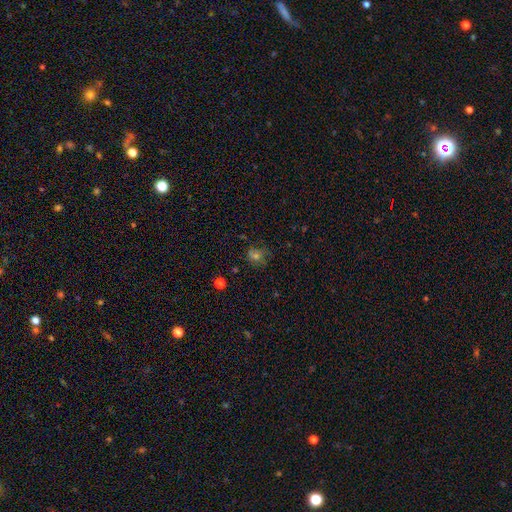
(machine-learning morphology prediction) The model was most divided on "smooth or featured": smooth: 49%, star or artifact: 27%, featured or disk: 24%. More confident: merging — none (69%).